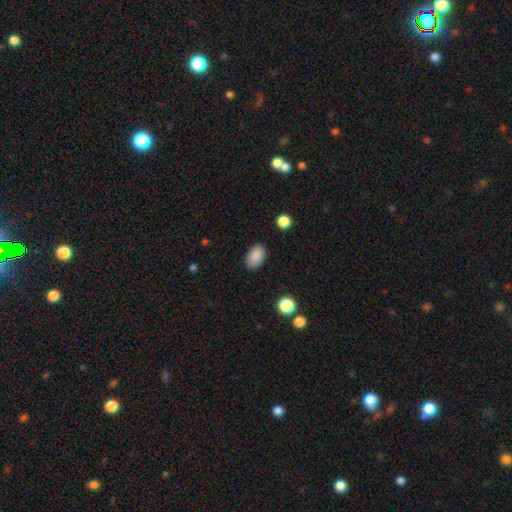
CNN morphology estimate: smooth 88%, star or artifact 8%, featured or disk 4%. Down the decision tree: how rounded — in between (91%); merging — none (84%).